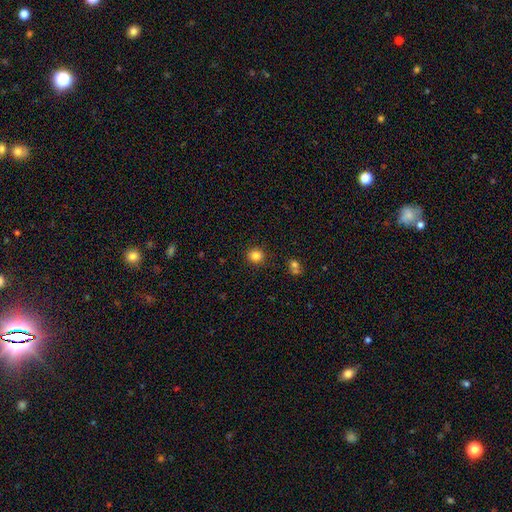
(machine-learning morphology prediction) This appears to be a smooth galaxy with no disk features (83%) that is round (88%). Merging: none (89%).